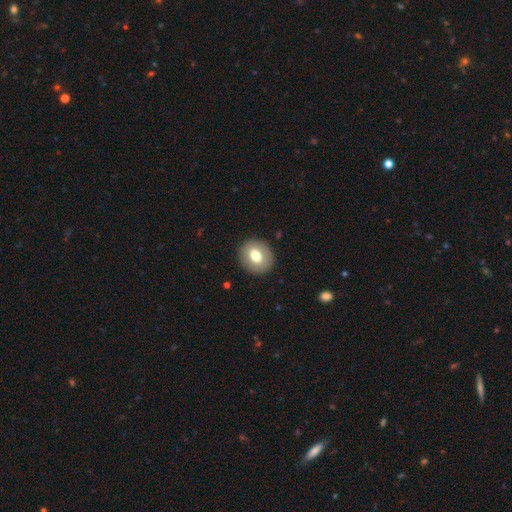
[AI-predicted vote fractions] This appears to be a smooth galaxy with no disk features (73%) that is round (71%). Merging: none (90%).